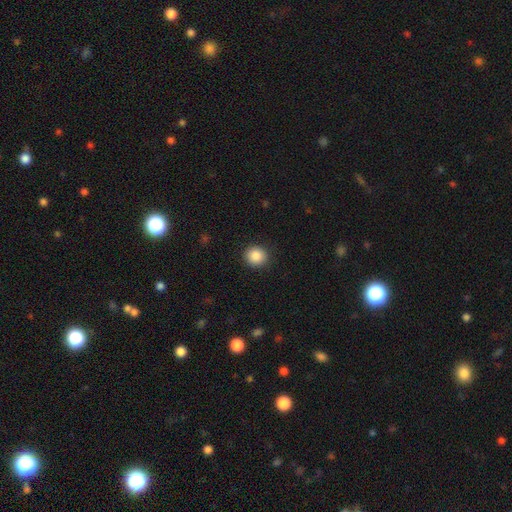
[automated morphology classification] smooth_or_featured: smooth (p=0.87) [alt: star or artifact p=0.09]
how_rounded: round (p=0.87) [alt: in between p=0.12]
merging: none (p=0.91) [alt: minor disturbance p=0.06]